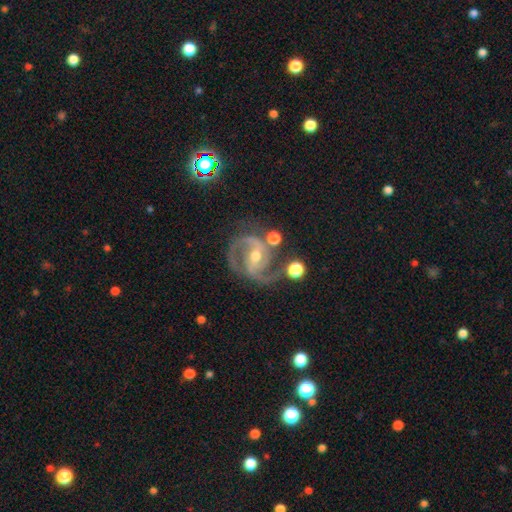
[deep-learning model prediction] smooth-or-featured: featured or disk: 91% | star or artifact: 6% | smooth: 3%
  disk-edge-on: no: 98% | yes: 2%
    bar: weak: 38% | strong: 37% | no: 25%
    has-spiral-arms: yes: 98% | no: 2%
      spiral-winding: medium: 61% | tight: 28% | loose: 11%
      spiral-arm-count: 2: 84% | 3: 8% | can't tell: 3% | 1: 2% | 4: 1% | more than 4: 1%
    bulge-size: moderate: 49% | small: 47% | large: 2% | none: 1% | dominant: 1%
  merging: none: 70% | minor disturbance: 17% | major disturbance: 8% | merger: 5%